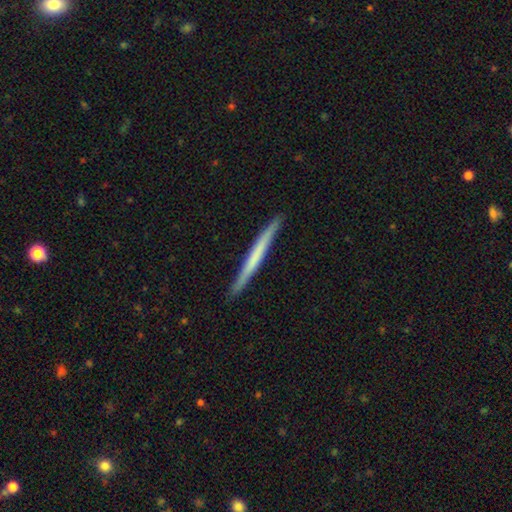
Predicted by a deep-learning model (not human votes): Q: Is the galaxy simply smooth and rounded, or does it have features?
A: smooth — 50%.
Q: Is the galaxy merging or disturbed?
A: none — 91%.